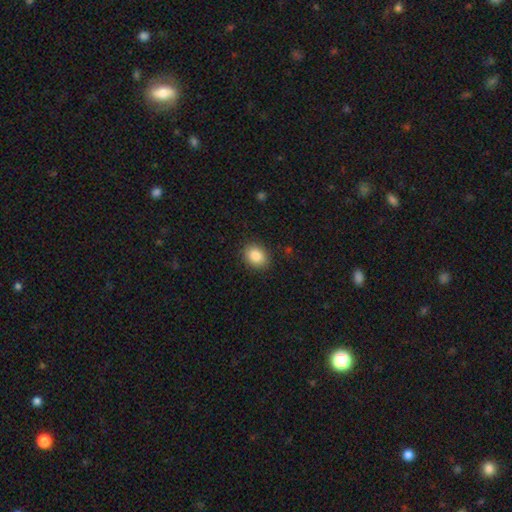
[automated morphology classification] Smooth or featured? Predicted: smooth (p=0.87). How rounded? Predicted: in between (p=0.58). Merging? Predicted: none (p=0.87).